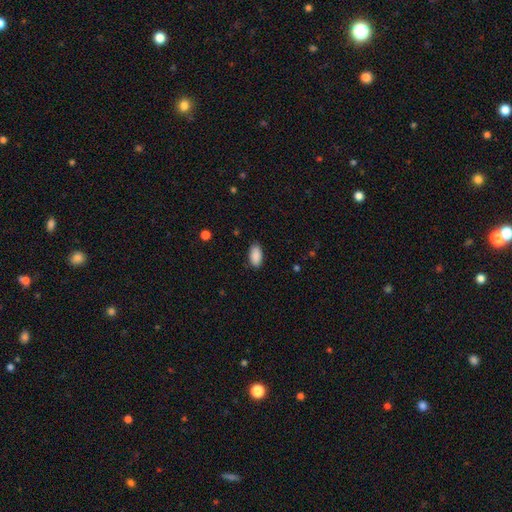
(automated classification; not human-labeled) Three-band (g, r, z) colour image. It shows a smooth galaxy with no disk features (90%) that is in between round and cigar-shaped (94%). Merging: none (86%).